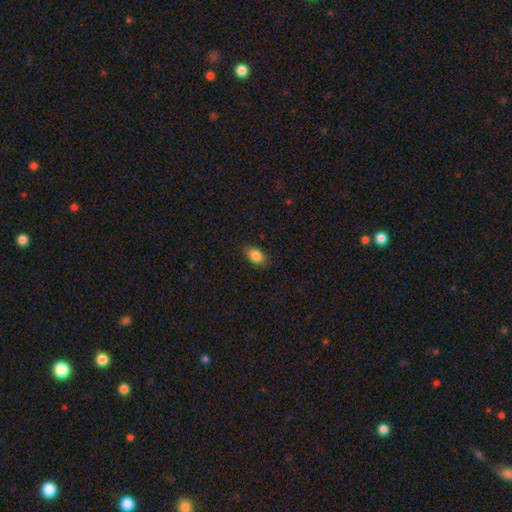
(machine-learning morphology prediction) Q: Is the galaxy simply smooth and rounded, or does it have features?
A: smooth — 86%.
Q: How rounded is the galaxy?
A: in between — 86%.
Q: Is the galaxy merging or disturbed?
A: none — 84%.